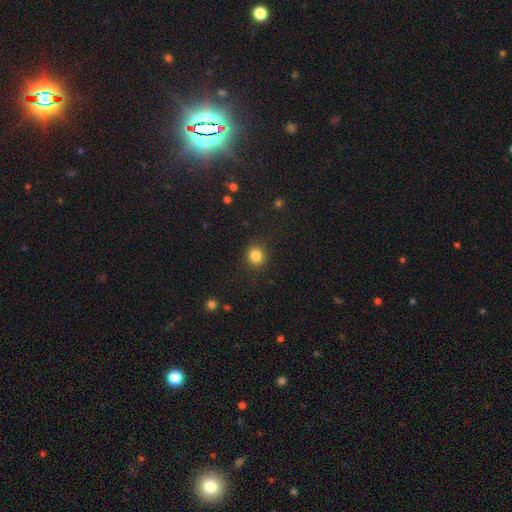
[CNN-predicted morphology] Overall: smooth (84%). How rounded: round (86%). Merging: none (90%).